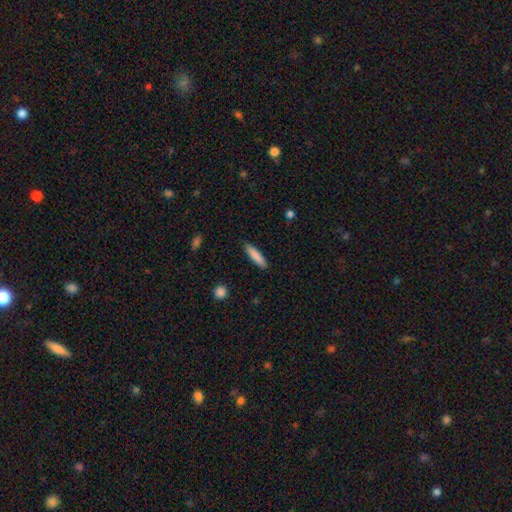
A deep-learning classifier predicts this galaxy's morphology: Smooth or featured? Predicted: smooth (p=0.84). How rounded? Predicted: cigar-shaped (p=0.85). Merging? Predicted: none (p=0.90).